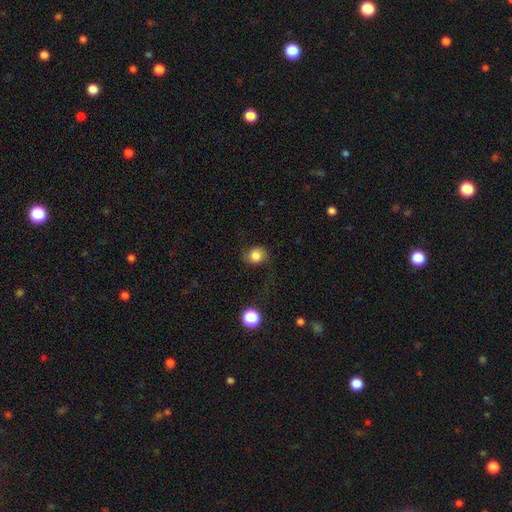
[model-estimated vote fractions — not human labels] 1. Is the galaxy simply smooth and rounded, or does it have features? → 81% smooth, 10% star or artifact, 9% featured or disk.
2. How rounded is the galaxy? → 73% round, 26% in between, 1% cigar-shaped.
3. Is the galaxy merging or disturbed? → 66% none, 20% minor disturbance, 12% major disturbance, 2% merger.